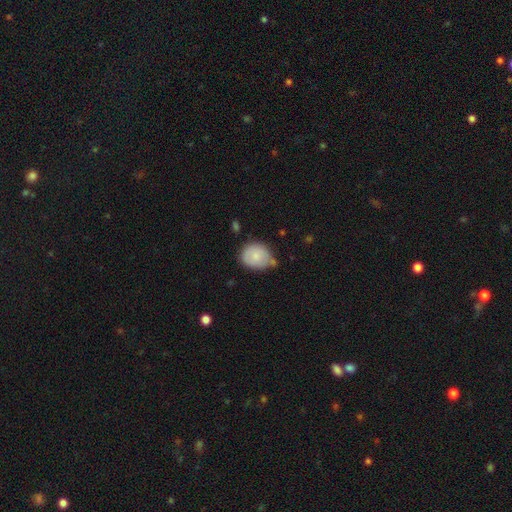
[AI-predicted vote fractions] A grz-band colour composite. It shows a smooth galaxy with no disk features (82%) that is round (62%). Merging: none (55%).